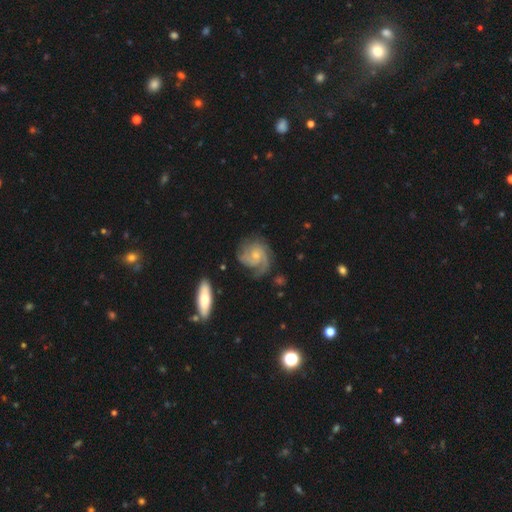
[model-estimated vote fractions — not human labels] A featured or disk galaxy (85%) with no bar (70%), 2 (40%) tight (50%) spiral arms (97%) and a small central bulge (58%). Merging: none (66%).